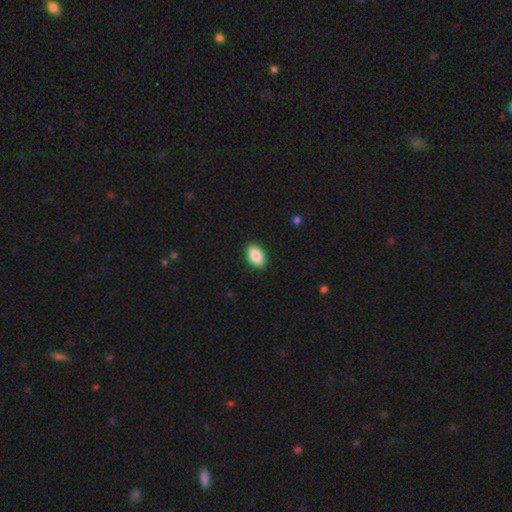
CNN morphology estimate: Q: Smooth or featured?
A: smooth (87%); runner-up: star or artifact (7%)
Q: How rounded?
A: in between (91%); runner-up: round (7%)
Q: Merging?
A: none (90%); runner-up: minor disturbance (8%)